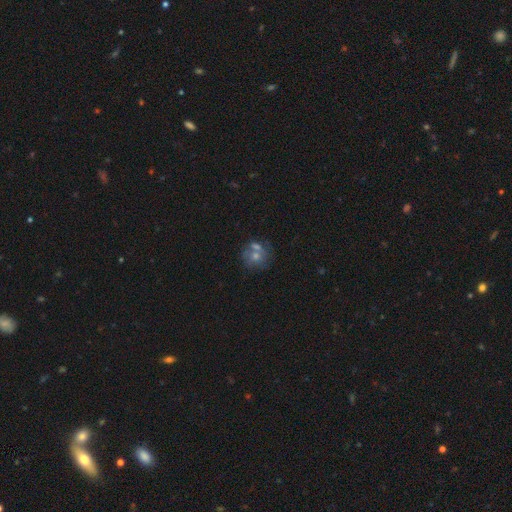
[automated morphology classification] A smooth galaxy with no disk features (50%). Merging: none (55%).